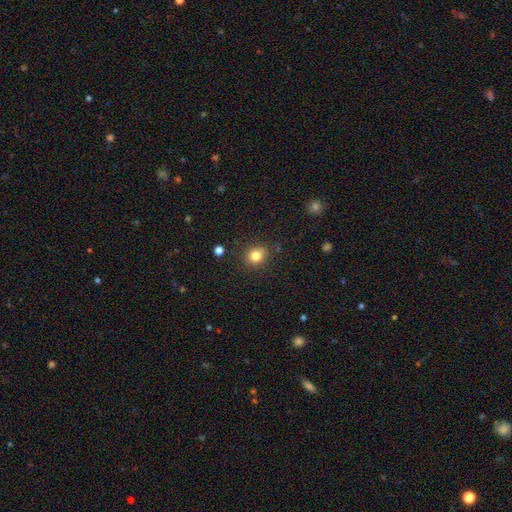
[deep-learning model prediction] Smooth or featured? smooth (81%)
How rounded? round (85%)
Merging? none (84%)